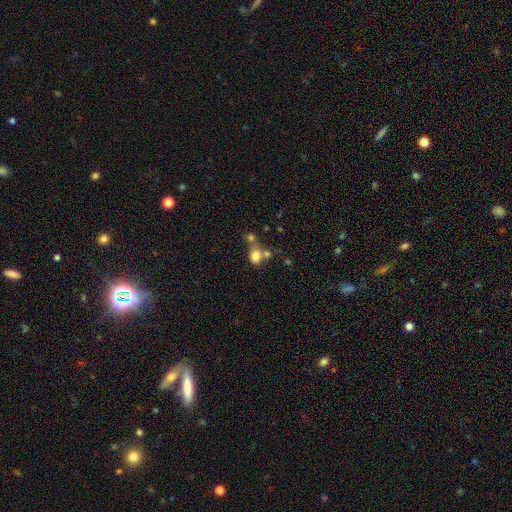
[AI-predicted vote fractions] Overall: smooth (77%). How rounded: round (51%; in between 48%). Merging: none (41%, tied with merger).